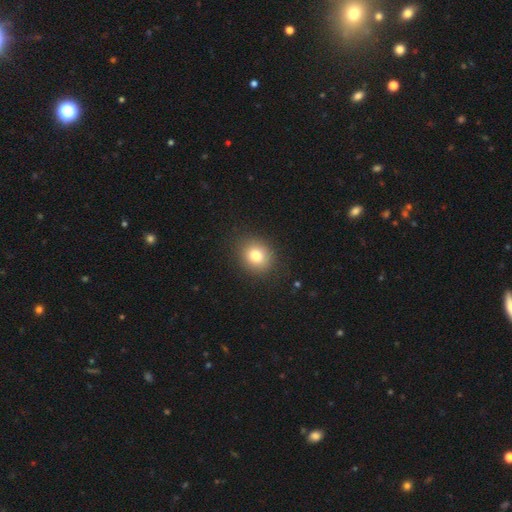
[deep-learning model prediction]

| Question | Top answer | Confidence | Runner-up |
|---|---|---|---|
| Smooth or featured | smooth | 80% | star or artifact (11%) |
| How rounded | round | 68% | in between (31%) |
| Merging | none | 88% | minor disturbance (8%) |